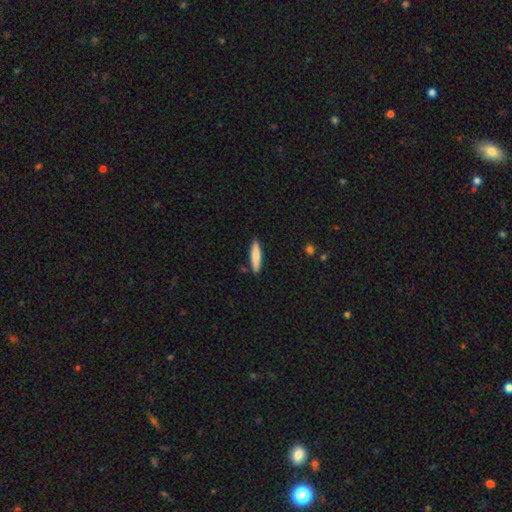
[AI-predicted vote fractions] A smooth galaxy with no disk features (77%) that is cigar-shaped (86%).

Vote fractions:
- Smooth or featured? smooth: 77% / featured or disk: 18% / star or artifact: 6%
- How rounded? cigar-shaped: 86% / in between: 13% / round: 1%
- Merging? none: 87% / minor disturbance: 8% / merger: 2% / major disturbance: 2%